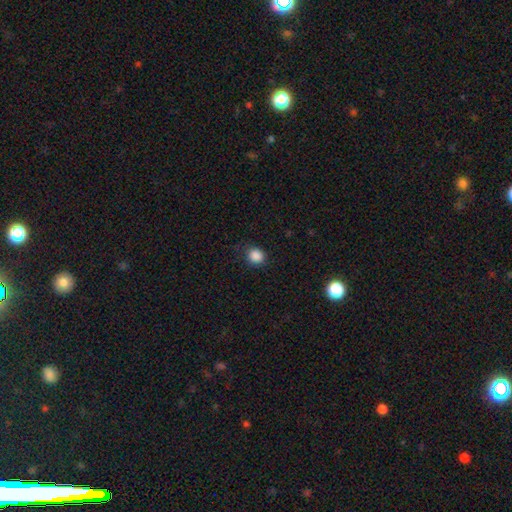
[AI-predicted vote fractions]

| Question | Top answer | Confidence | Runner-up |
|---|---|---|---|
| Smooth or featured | smooth | 87% | star or artifact (11%) |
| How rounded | round | 85% | in between (14%) |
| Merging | none | 84% | minor disturbance (12%) |